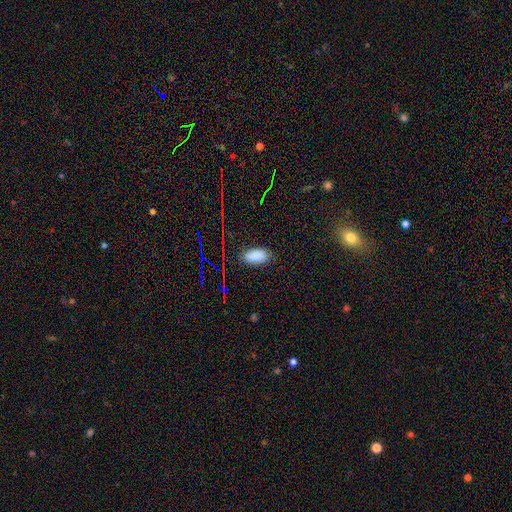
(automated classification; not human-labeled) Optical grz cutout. It shows a smooth galaxy with no disk features (83%) that is in between round and cigar-shaped (91%). Merging: none (83%).